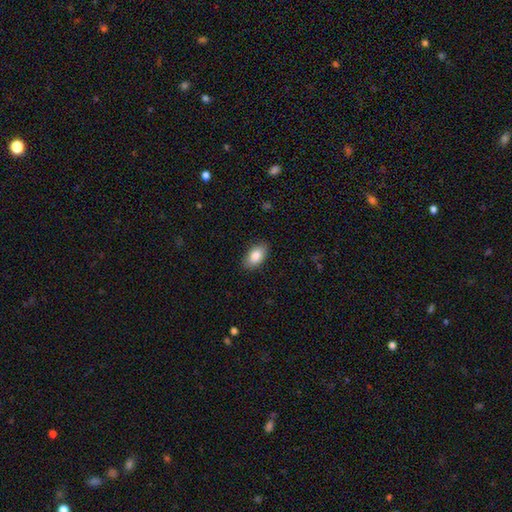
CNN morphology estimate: Overall: smooth (86%). How rounded: in between (93%). Merging: none (87%).